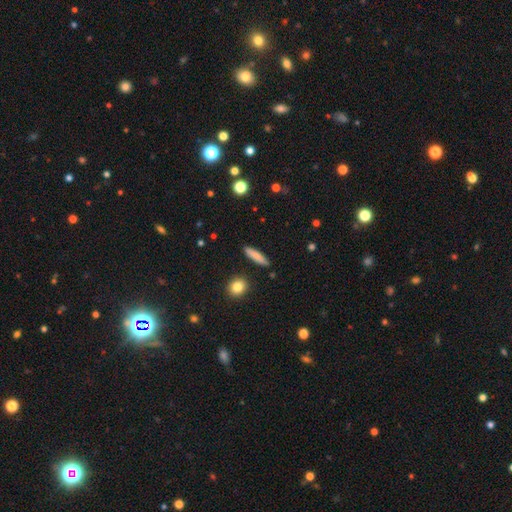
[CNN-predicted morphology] This appears to be a smooth galaxy with no disk features (79%) that is cigar-shaped (77%). Merging: none (89%).